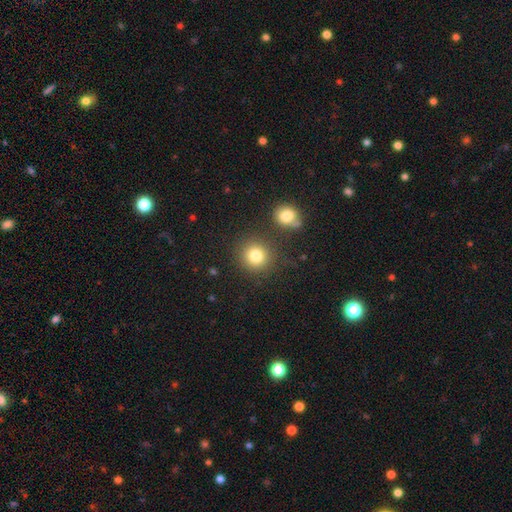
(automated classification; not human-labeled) This appears to be a smooth galaxy with no disk features (82%) that is round (91%). Merging: none (81%).